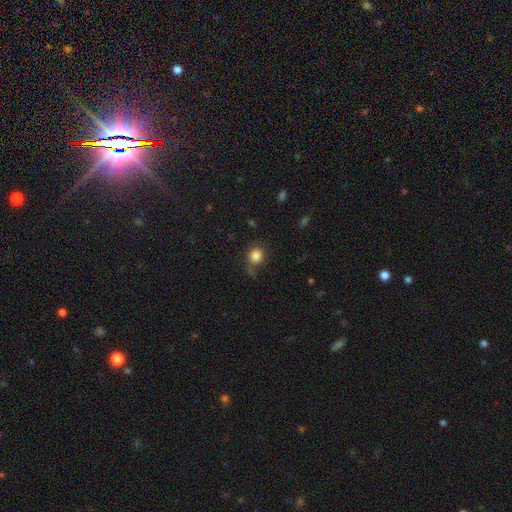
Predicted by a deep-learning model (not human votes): Overall: smooth (83%). How rounded: round (76%). Merging: none (69%).